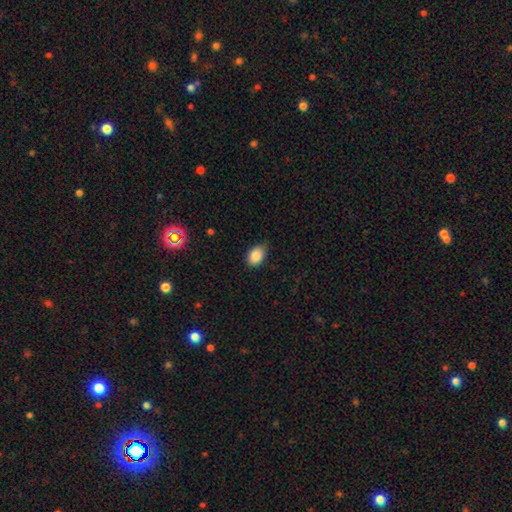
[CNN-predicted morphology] This appears to be a smooth galaxy with no disk features (87%) that is in between round and cigar-shaped (81%). Merging: none (71%).